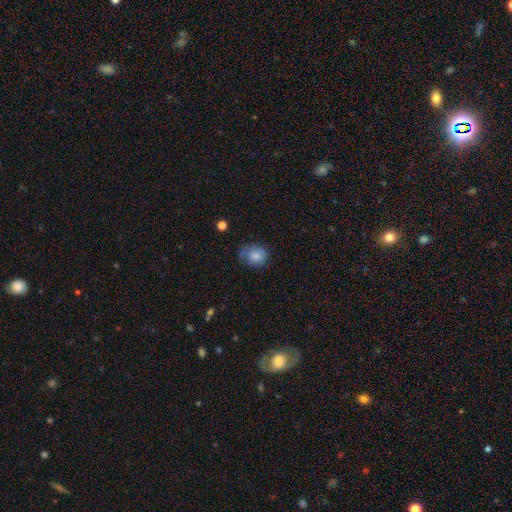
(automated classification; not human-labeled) Q: Smooth or featured?
A: smooth (71%); runner-up: featured or disk (20%)
Q: How rounded?
A: round (55%); runner-up: in between (44%)
Q: Merging?
A: none (52%); runner-up: minor disturbance (31%)